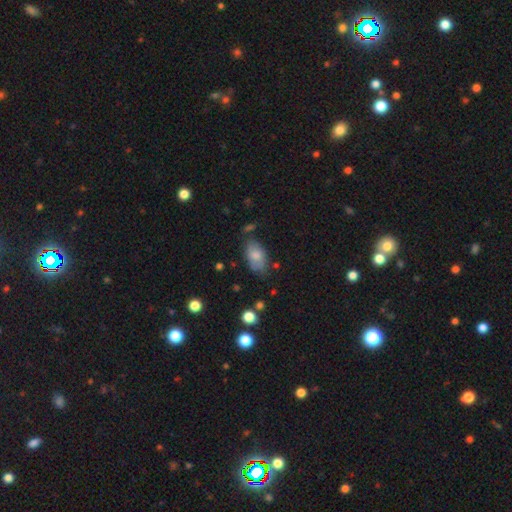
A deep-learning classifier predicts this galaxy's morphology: Smooth or featured?
  - smooth: 74% *
  - featured or disk: 18%
  - star or artifact: 8%
How rounded?
  - in between: 92% *
  - round: 6%
  - cigar-shaped: 2%
Merging?
  - none: 65% *
  - minor disturbance: 24%
  - major disturbance: 7%
  - merger: 4%